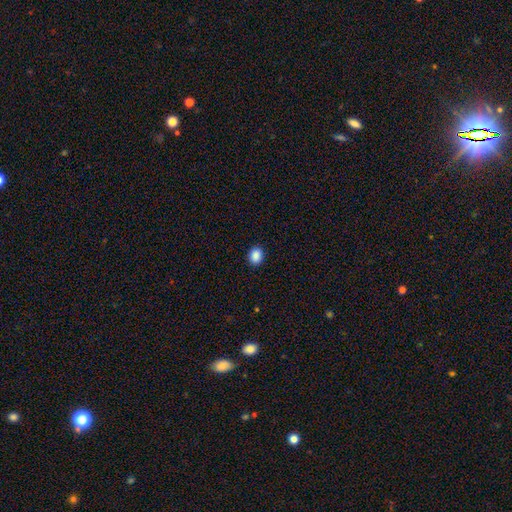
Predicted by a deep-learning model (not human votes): A smooth galaxy with no disk features (89%) that is round (50%).

Vote fractions:
- Smooth or featured? smooth: 89% / star or artifact: 9% / featured or disk: 2%
- How rounded? round: 50% / in between: 49% / cigar-shaped: 1%
- Merging? none: 91% / minor disturbance: 6% / major disturbance: 2% / merger: 1%